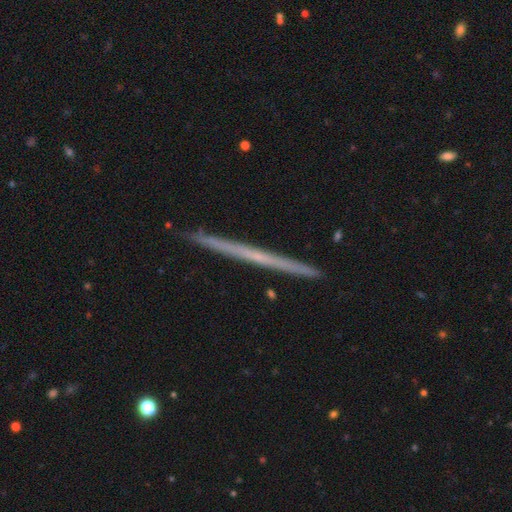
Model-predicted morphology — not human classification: Smooth or featured?
  - featured or disk: 67% *
  - smooth: 27%
  - star or artifact: 6%
Edge-on disk?
  - yes: 98% *
  - no: 2%
Edge-on bulge?
  - none: 86% *
  - rounded: 10%
  - boxy: 3%
Merging?
  - none: 92% *
  - minor disturbance: 6%
  - merger: 1%
  - major disturbance: 1%